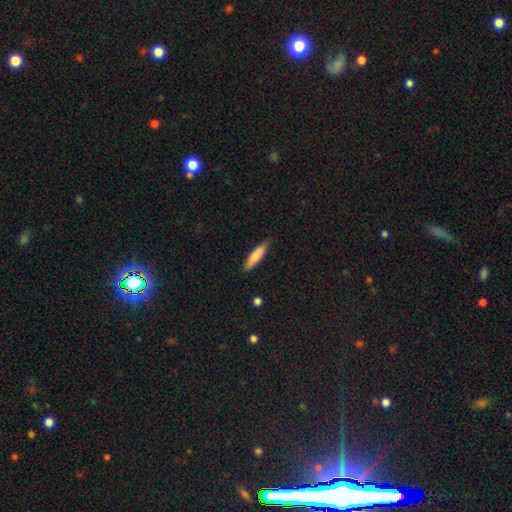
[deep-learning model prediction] The model was most divided on "how rounded": cigar-shaped: 75%, in between: 23%, round: 1%. More confident: merging — none (84%); smooth or featured — smooth (81%).